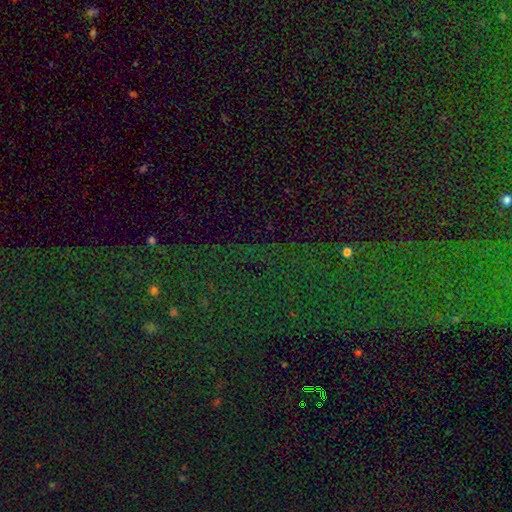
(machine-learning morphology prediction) Smooth or featured? star or artifact (80%)